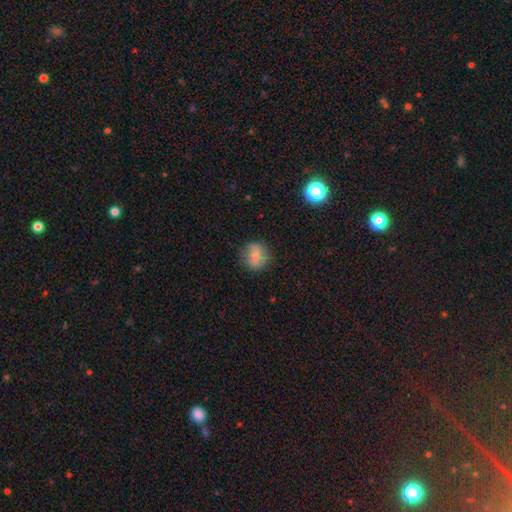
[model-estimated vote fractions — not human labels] Morphology: type=smooth (67%); roundness=round (88%); merging=none (83%).